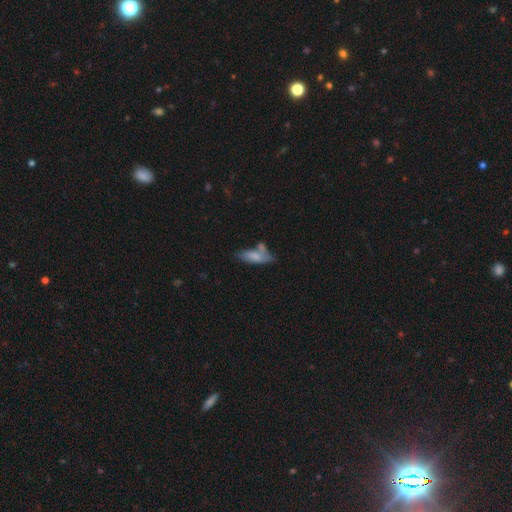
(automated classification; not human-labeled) Smooth or featured? Predicted: smooth (p=0.72). How rounded? Predicted: in between (p=0.68). Merging? Predicted: none (p=0.41).